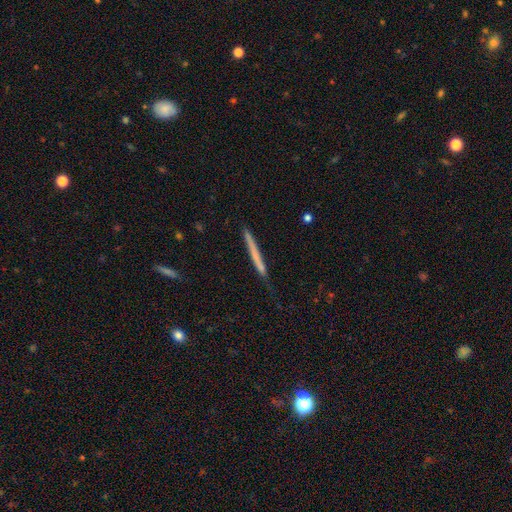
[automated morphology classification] Smooth or featured: smooth — 57% (featured or disk — 37%)
How rounded: cigar-shaped — 97% (in between — 2%)
Merging: none — 78% (minor disturbance — 17%)